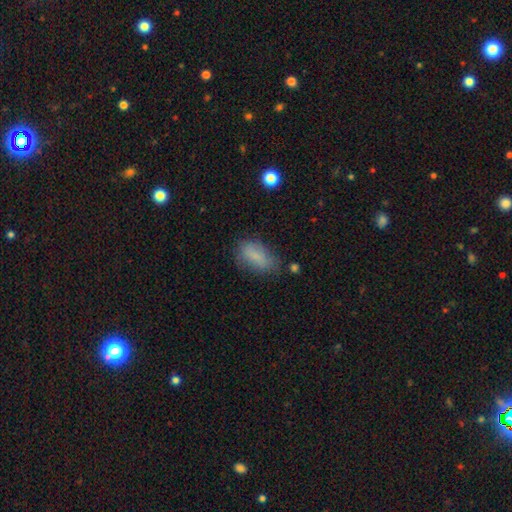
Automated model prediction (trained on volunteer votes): A smooth galaxy with no disk features (77%) that is in between round and cigar-shaped (89%).

Vote fractions:
- Smooth or featured? smooth: 77% / featured or disk: 14% / star or artifact: 9%
- How rounded? in between: 89% / round: 6% / cigar-shaped: 5%
- Merging? none: 59% / minor disturbance: 28% / major disturbance: 10% / merger: 3%